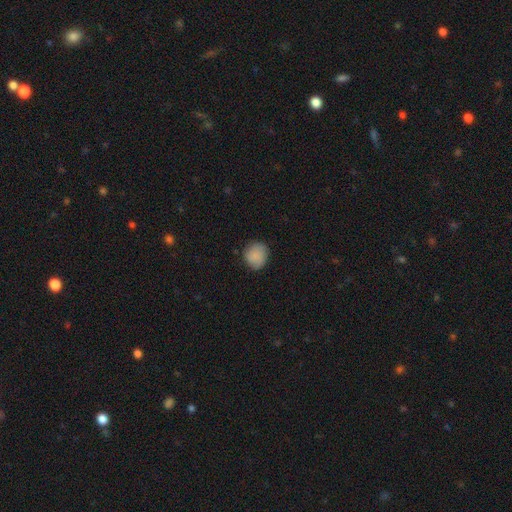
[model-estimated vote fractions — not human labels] Q: Smooth or featured?
A: smooth (87%); runner-up: star or artifact (8%)
Q: How rounded?
A: round (83%); runner-up: in between (16%)
Q: Merging?
A: none (82%); runner-up: minor disturbance (15%)